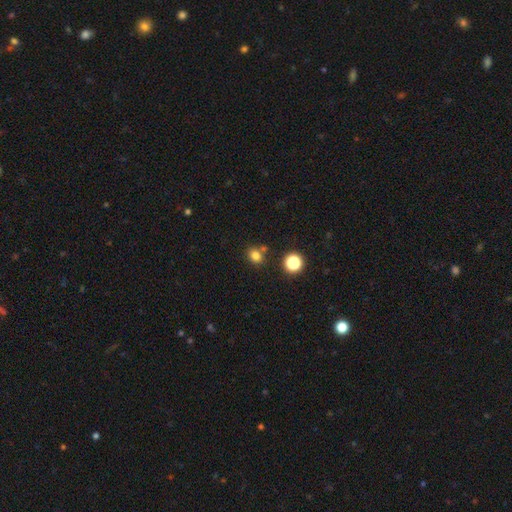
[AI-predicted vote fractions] Smooth or featured? smooth (79%)
How rounded? round (63%)
Merging? none (74%)